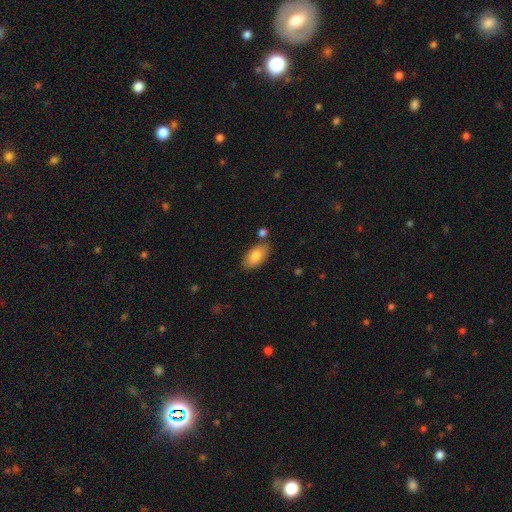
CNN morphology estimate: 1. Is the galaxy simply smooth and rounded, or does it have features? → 83% smooth, 10% featured or disk, 7% star or artifact.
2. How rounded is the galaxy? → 94% in between, 4% round, 2% cigar-shaped.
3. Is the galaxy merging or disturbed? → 79% none, 12% minor disturbance, 6% merger, 3% major disturbance.